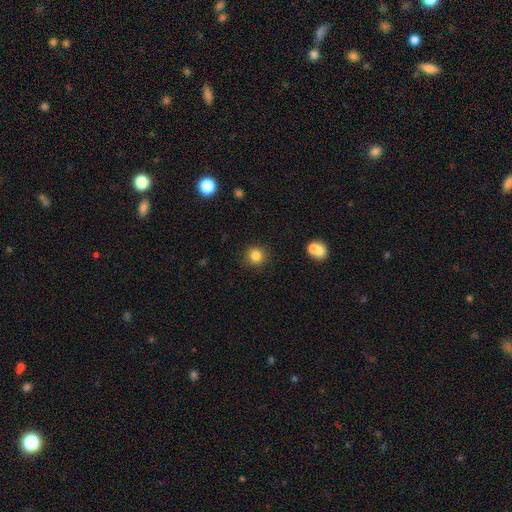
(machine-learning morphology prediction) smooth-or-featured: smooth: 84% | star or artifact: 11% | featured or disk: 5%
  how-rounded: round: 93% | in between: 6% | cigar-shaped: 1%
  merging: none: 89% | minor disturbance: 6% | major disturbance: 2% | merger: 2%